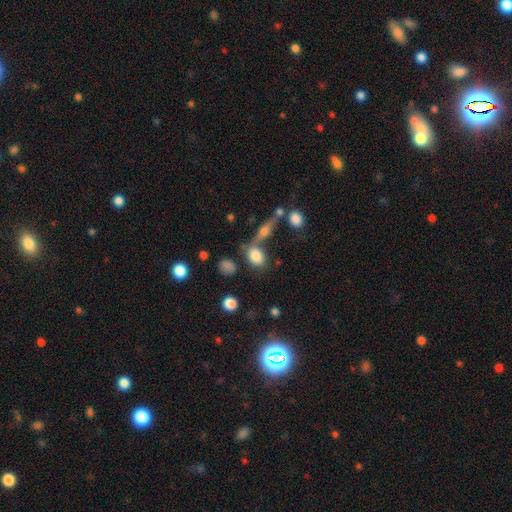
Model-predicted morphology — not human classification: Smooth or featured?
  - smooth: 78% *
  - featured or disk: 12%
  - star or artifact: 10%
How rounded?
  - in between: 69% *
  - round: 27%
  - cigar-shaped: 4%
Merging?
  - none: 56% *
  - merger: 23%
  - minor disturbance: 15%
  - major disturbance: 6%